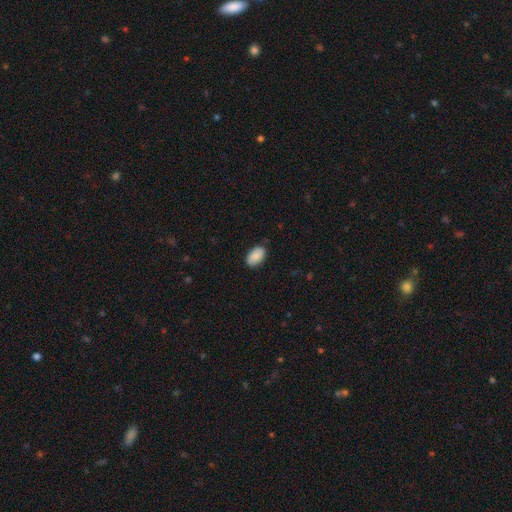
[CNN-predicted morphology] Smooth or featured: smooth — 85% (featured or disk — 9%)
How rounded: in between — 93% (round — 6%)
Merging: none — 81% (minor disturbance — 15%)